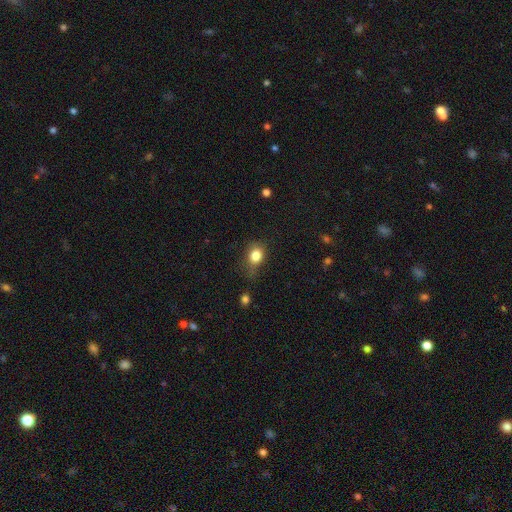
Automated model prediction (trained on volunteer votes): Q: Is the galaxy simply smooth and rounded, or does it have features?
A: smooth — 81%.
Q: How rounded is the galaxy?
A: round — 50%.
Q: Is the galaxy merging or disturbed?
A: none — 50%.